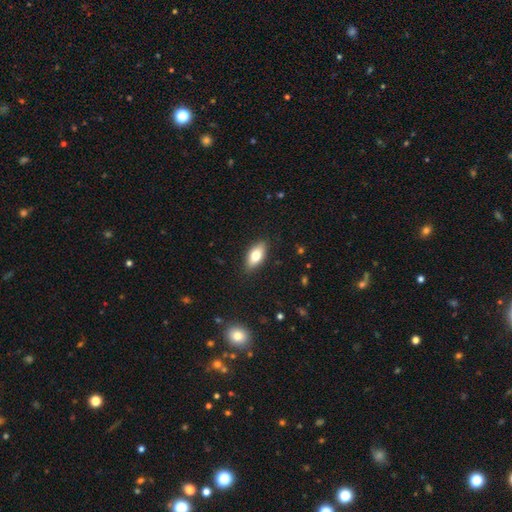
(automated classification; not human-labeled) Smooth or featured: smooth — 74% (featured or disk — 19%)
How rounded: in between — 85% (cigar-shaped — 11%)
Merging: none — 87% (minor disturbance — 9%)